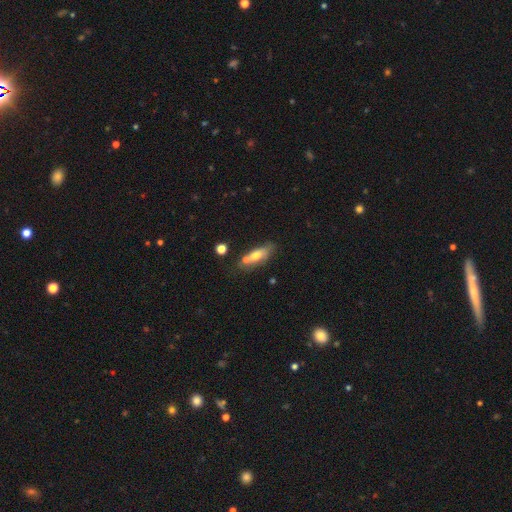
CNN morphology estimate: A smooth galaxy with no disk features (62%) that is in between round and cigar-shaped (62%). Merging: none (55%).